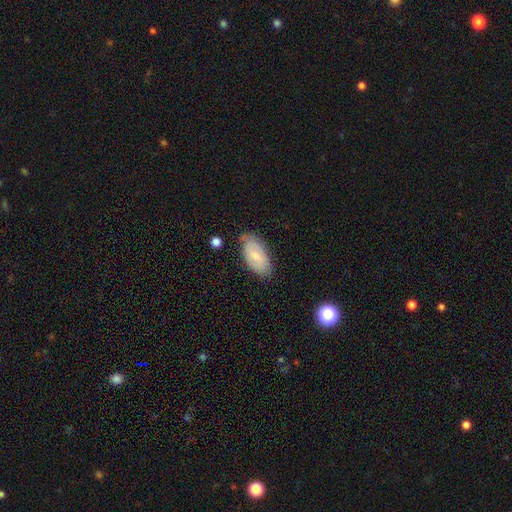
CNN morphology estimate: smooth-or-featured: smooth: 60% | featured or disk: 33% | star or artifact: 7%
  how-rounded: in between: 93% | cigar-shaped: 4% | round: 3%
  merging: none: 73% | minor disturbance: 21% | major disturbance: 4% | merger: 2%